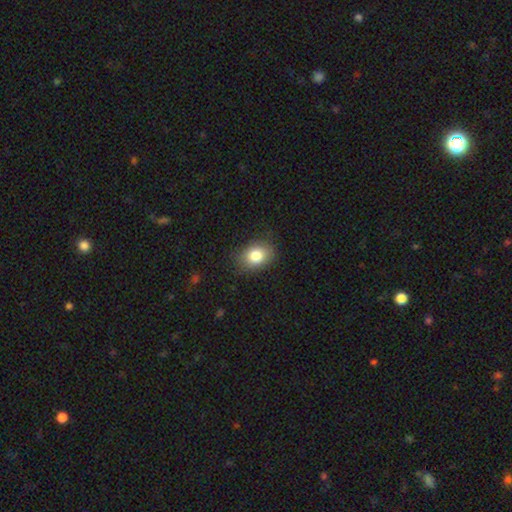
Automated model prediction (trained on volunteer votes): smooth 82%, star or artifact 9%, featured or disk 9%. Down the decision tree: how rounded — in between (63%); merging — none (83%).